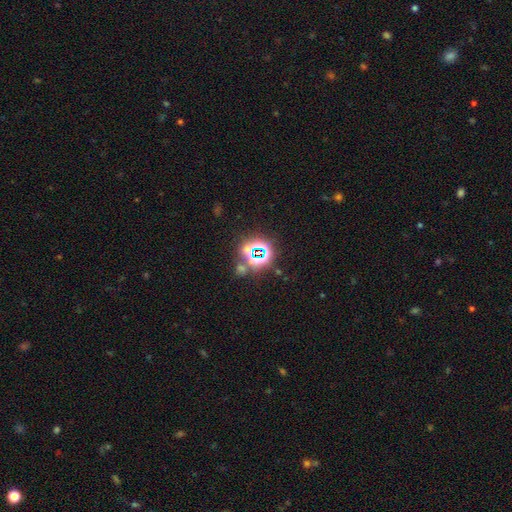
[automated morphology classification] Smooth or featured? star or artifact (78%)